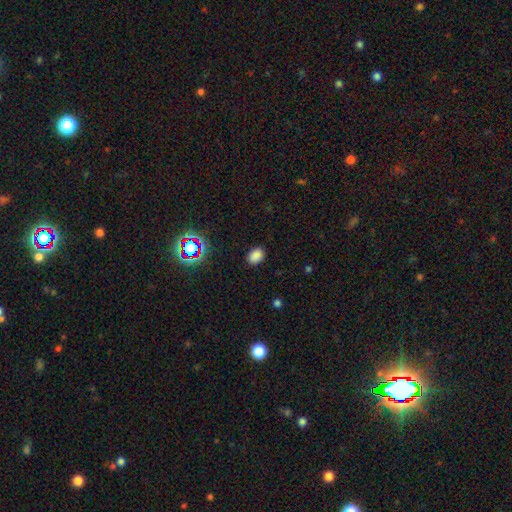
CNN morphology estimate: The model was most divided on "how rounded": in between: 76%, round: 22%, cigar-shaped: 1%. More confident: merging — none (87%); smooth or featured — smooth (80%).